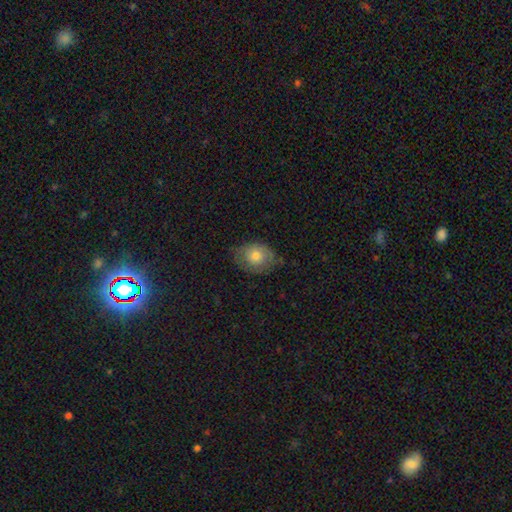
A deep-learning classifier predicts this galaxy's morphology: A smooth galaxy with no disk features (66%) that is in between round and cigar-shaped (57%).

Vote fractions:
- Smooth or featured? smooth: 66% / featured or disk: 26% / star or artifact: 8%
- How rounded? in between: 57% / round: 42% / cigar-shaped: 1%
- Merging? none: 65% / minor disturbance: 26% / major disturbance: 8% / merger: 1%